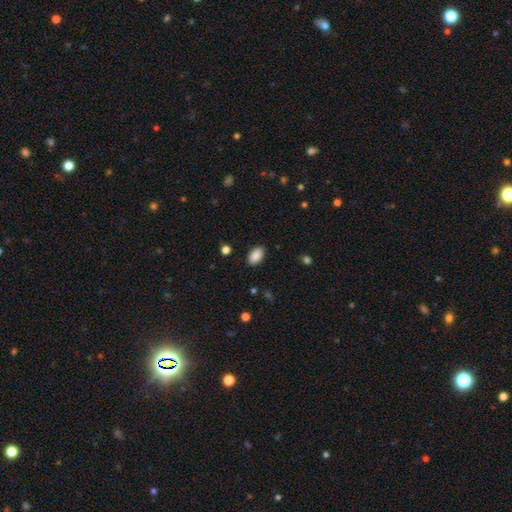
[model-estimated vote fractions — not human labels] Smooth or featured? Predicted: smooth (p=0.89). How rounded? Predicted: in between (p=0.93). Merging? Predicted: none (p=0.88).